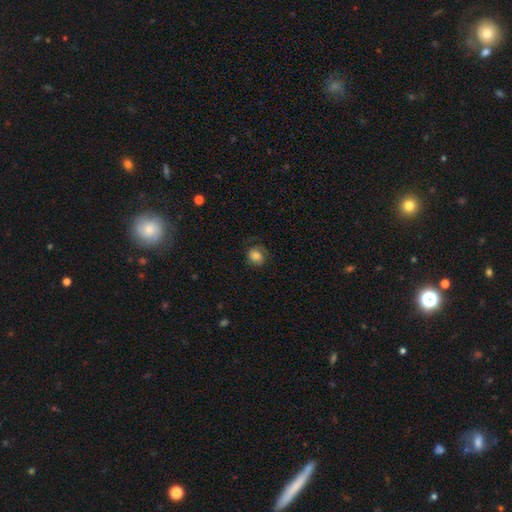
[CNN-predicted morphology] This appears to be a smooth galaxy with no disk features (69%) that is round (60%). Merging: none (61%).